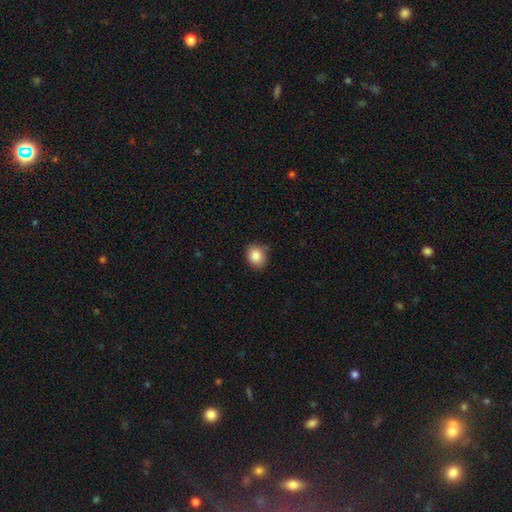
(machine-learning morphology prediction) smooth_or_featured: smooth (p=0.86) [alt: star or artifact p=0.09]
how_rounded: round (p=0.67) [alt: in between p=0.32]
merging: none (p=0.79) [alt: minor disturbance p=0.17]